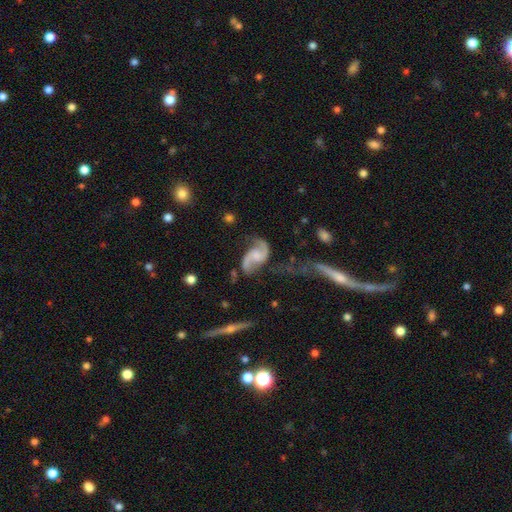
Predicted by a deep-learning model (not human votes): smooth_or_featured: featured or disk (p=0.88) [alt: smooth p=0.07]
disk_edge_on: no (p=0.98) [alt: yes p=0.02]
bar: no (p=0.53) [alt: weak p=0.38]
has_spiral_arms: yes (p=0.97) [alt: no p=0.03]
spiral_winding: loose (p=0.58) [alt: medium p=0.34]
spiral_arm_count: 2 (p=0.93) [alt: can't tell p=0.02]
bulge_size: none (p=0.37) [alt: small p=0.30]
merging: none (p=0.63) [alt: minor disturbance p=0.19]